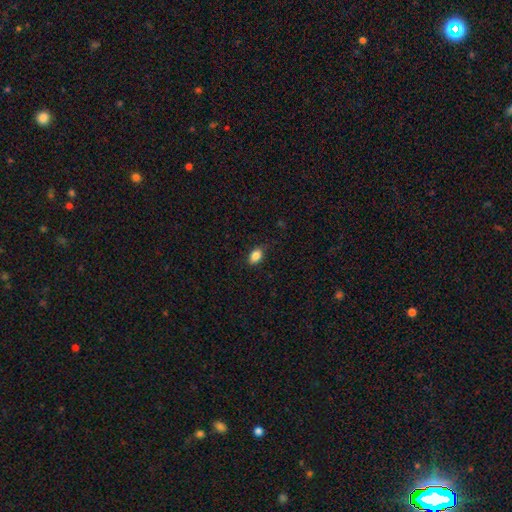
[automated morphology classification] This is clearly a smooth galaxy (87%). How rounded: clearly in between (83%). Merging: clearly none (83%).